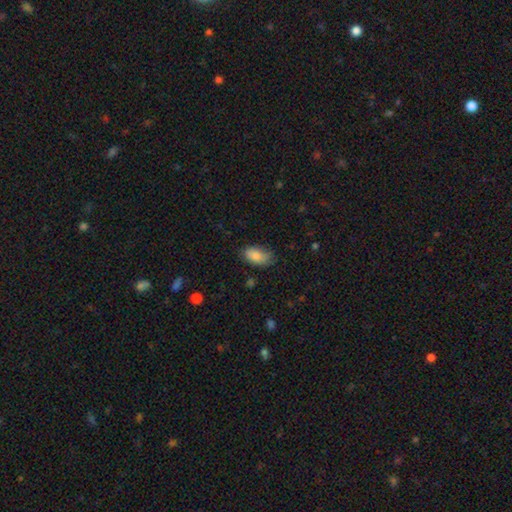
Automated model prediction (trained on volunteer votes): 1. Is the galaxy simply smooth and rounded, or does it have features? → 84% smooth, 9% featured or disk, 7% star or artifact.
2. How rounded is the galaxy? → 93% in between, 4% round, 3% cigar-shaped.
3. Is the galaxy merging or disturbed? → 69% none, 25% minor disturbance, 5% major disturbance, 1% merger.